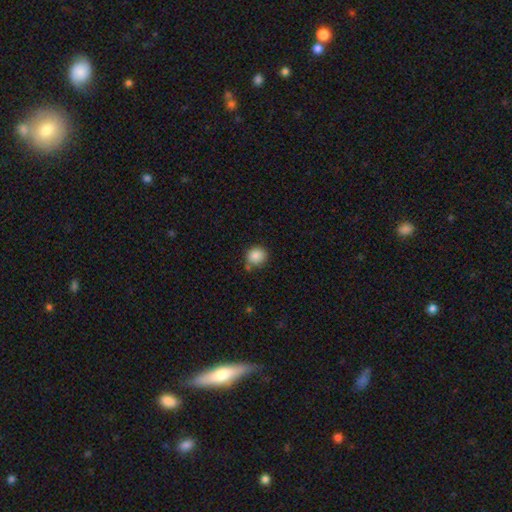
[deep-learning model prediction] smooth-or-featured: smooth: 87% | star or artifact: 9% | featured or disk: 4%
  how-rounded: round: 82% | in between: 18% | cigar-shaped: 1%
  merging: none: 71% | minor disturbance: 17% | merger: 8% | major disturbance: 4%